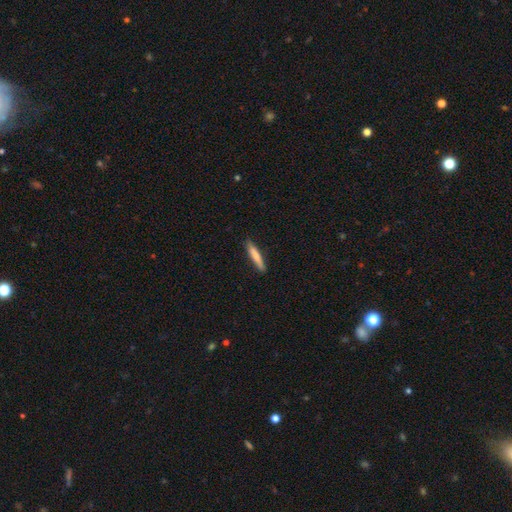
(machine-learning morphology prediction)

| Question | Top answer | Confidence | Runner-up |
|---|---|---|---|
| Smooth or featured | smooth | 73% | featured or disk (22%) |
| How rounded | cigar-shaped | 91% | in between (8%) |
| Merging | none | 88% | minor disturbance (9%) |